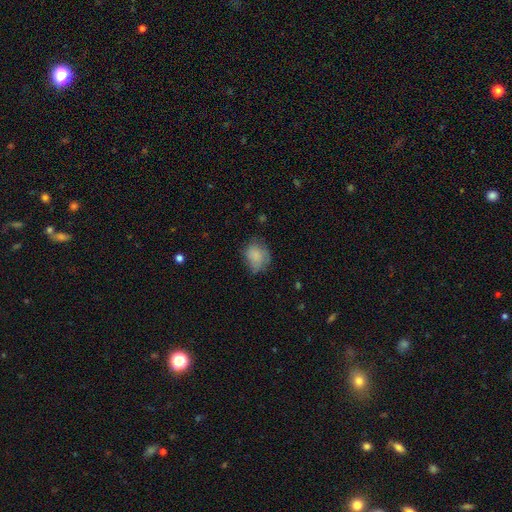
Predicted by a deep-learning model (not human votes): The model was most divided on "how rounded": round: 51%, in between: 48%, cigar-shaped: 1%. More confident: smooth or featured — smooth (77%); merging — none (56%).